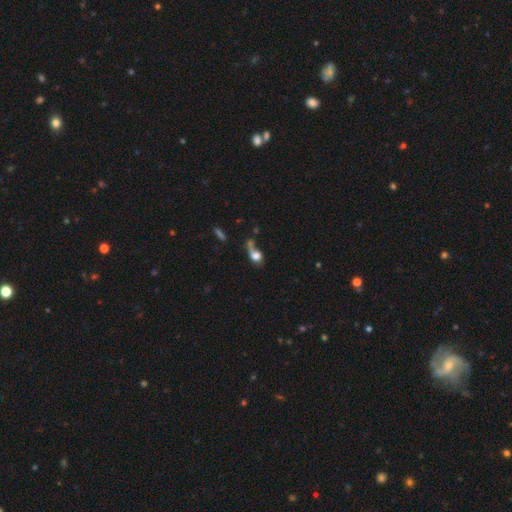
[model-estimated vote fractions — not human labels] smooth_or_featured: smooth (p=0.62) [alt: featured or disk p=0.25]
how_rounded: in between (p=0.48) [alt: round p=0.46]
merging: major disturbance (p=0.32) [alt: merger p=0.29]